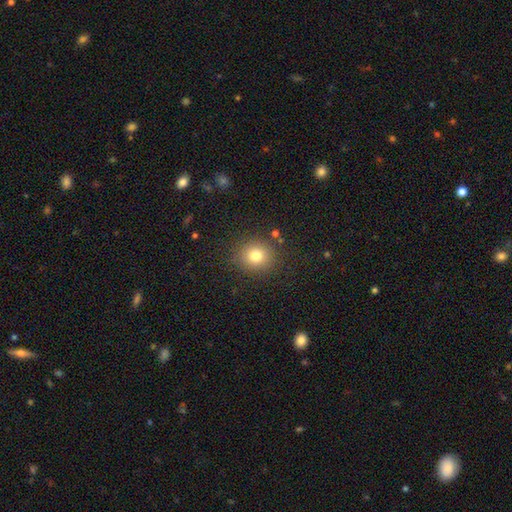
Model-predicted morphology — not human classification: smooth-or-featured: smooth: 78% | star or artifact: 13% | featured or disk: 9%
  how-rounded: round: 85% | in between: 14% | cigar-shaped: 1%
  merging: none: 87% | minor disturbance: 8% | major disturbance: 3% | merger: 2%